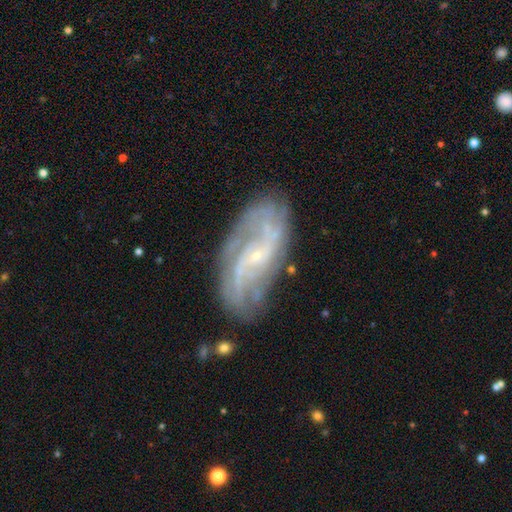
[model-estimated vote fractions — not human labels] This appears to be a featured or disk galaxy (83%) with no bar (47%), 2 (45%) medium (41%) spiral arms (92%) and a small central bulge (83%). Merging: none (69%).